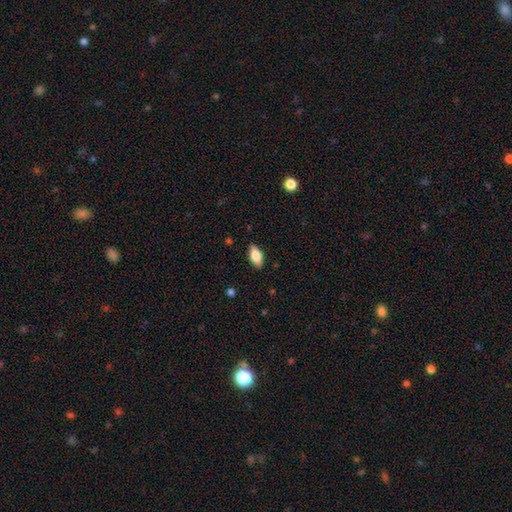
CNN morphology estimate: This appears to be a smooth galaxy with no disk features (78%) that is in between round and cigar-shaped (87%). Merging: none (87%).